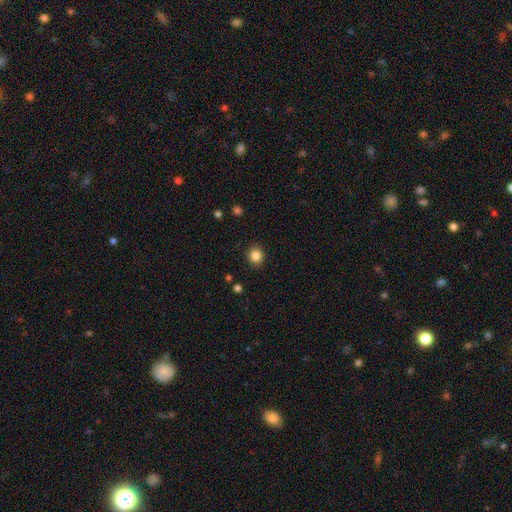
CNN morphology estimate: A smooth galaxy with no disk features (84%) that is round (82%). Merging: none (90%).